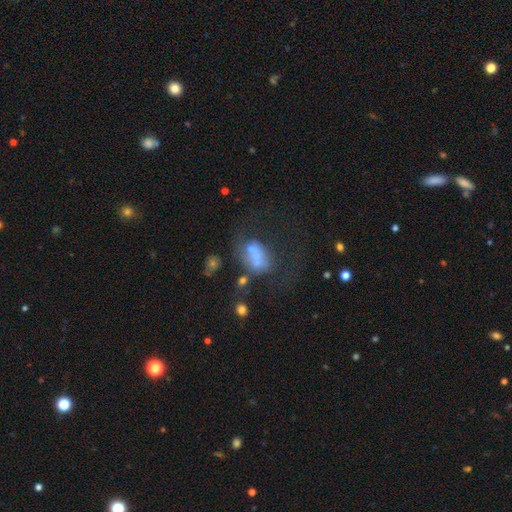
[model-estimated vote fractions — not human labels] A smooth galaxy with no disk features (54%) that is in between round and cigar-shaped (79%).

Vote fractions:
- Smooth or featured? smooth: 54% / featured or disk: 31% / star or artifact: 16%
- How rounded? in between: 79% / round: 18% / cigar-shaped: 3%
- Merging? major disturbance: 32% / none: 30% / minor disturbance: 21% / merger: 18%